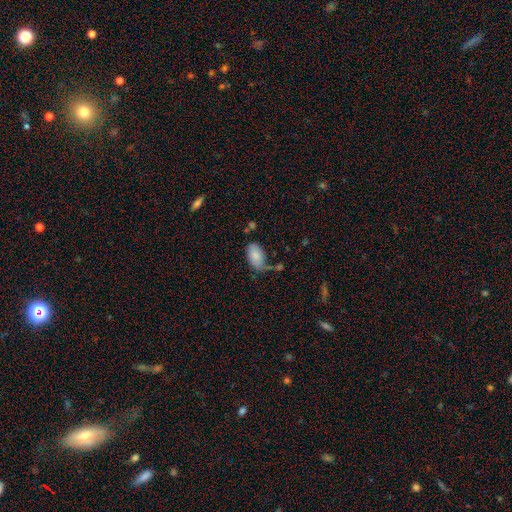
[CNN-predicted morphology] smooth-or-featured: smooth: 81% | featured or disk: 12% | star or artifact: 7%
  how-rounded: in between: 94% | round: 4% | cigar-shaped: 2%
  merging: none: 50% | minor disturbance: 26% | major disturbance: 13% | merger: 11%